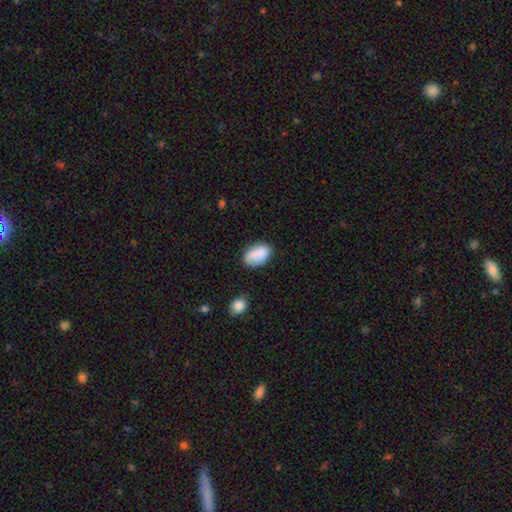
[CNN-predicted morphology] A smooth galaxy with no disk features (87%) that is in between round and cigar-shaped (91%). Merging: none (75%).